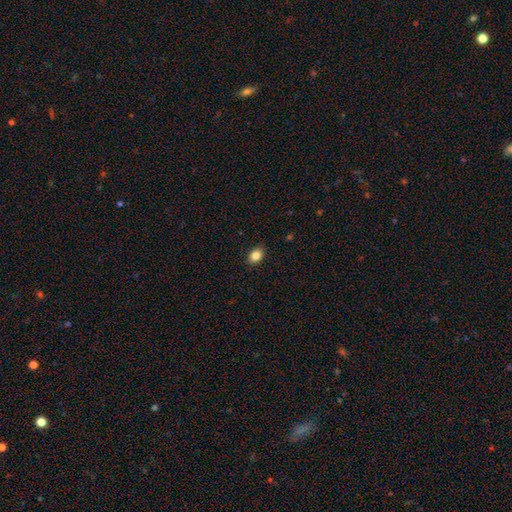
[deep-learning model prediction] This appears to be a smooth galaxy with no disk features (85%) that is in between round and cigar-shaped (73%). Merging: none (89%).